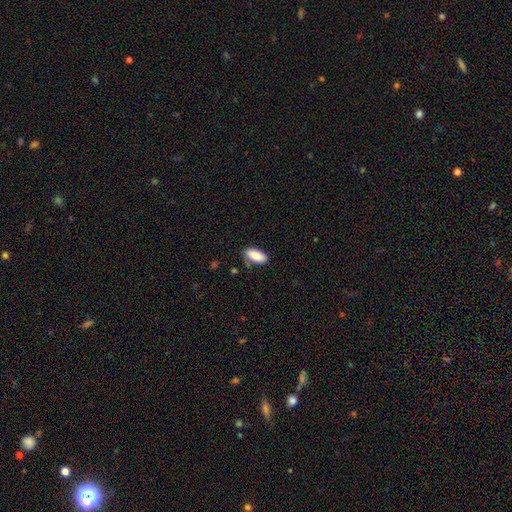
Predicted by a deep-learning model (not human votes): smooth-or-featured: smooth: 88% | star or artifact: 7% | featured or disk: 6%
  how-rounded: in between: 87% | cigar-shaped: 10% | round: 2%
  merging: none: 71% | minor disturbance: 20% | major disturbance: 5% | merger: 4%